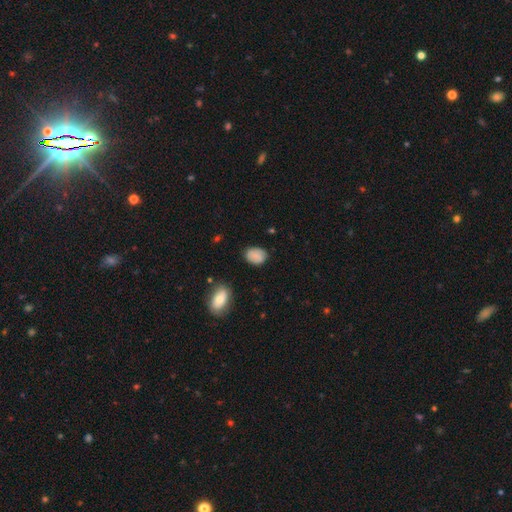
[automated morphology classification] This is clearly a smooth galaxy (82%). How rounded: likely in between (75%). Merging: likely none (76%).